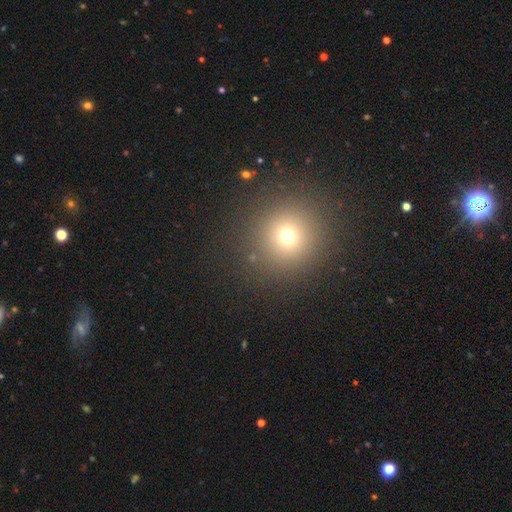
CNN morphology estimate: Smooth or featured? Predicted: smooth (p=0.62). How rounded? Predicted: round (p=0.94). Merging? Predicted: none (p=0.92).